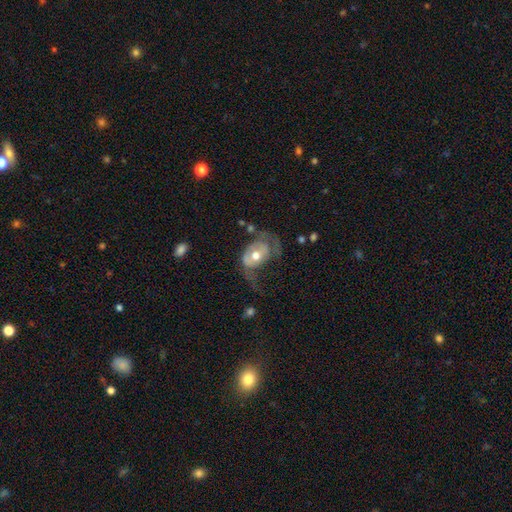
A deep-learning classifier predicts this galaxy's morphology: type=featured or disk (58%); edge-on=no (95%); bar=no (73%); spiral arms=yes (56%); bulge=moderate (74%); merging=major disturbance (51%).